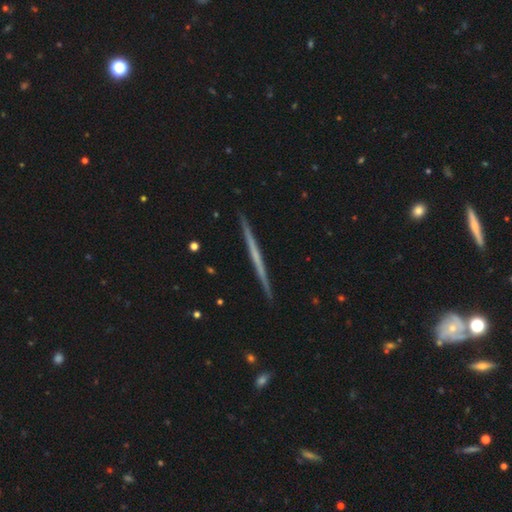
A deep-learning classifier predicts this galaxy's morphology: Smooth or featured?
  - featured or disk: 65% *
  - smooth: 29%
  - star or artifact: 5%
Edge-on disk?
  - yes: 98% *
  - no: 2%
Edge-on bulge?
  - none: 89% *
  - rounded: 7%
  - boxy: 4%
Merging?
  - none: 93% *
  - minor disturbance: 5%
  - major disturbance: 1%
  - merger: 1%